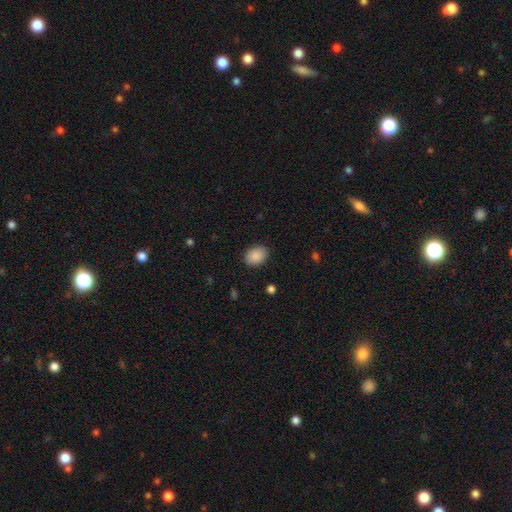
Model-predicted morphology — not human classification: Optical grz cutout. It shows a smooth galaxy with no disk features (89%) that is in between round and cigar-shaped (70%). Merging: none (89%).